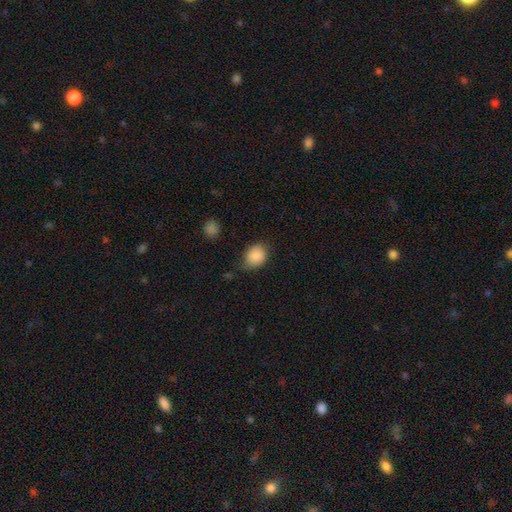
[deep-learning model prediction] smooth_or_featured: smooth (p=0.87) [alt: star or artifact p=0.08]
how_rounded: in between (p=0.51) [alt: round p=0.48]
merging: none (p=0.65) [alt: minor disturbance p=0.26]